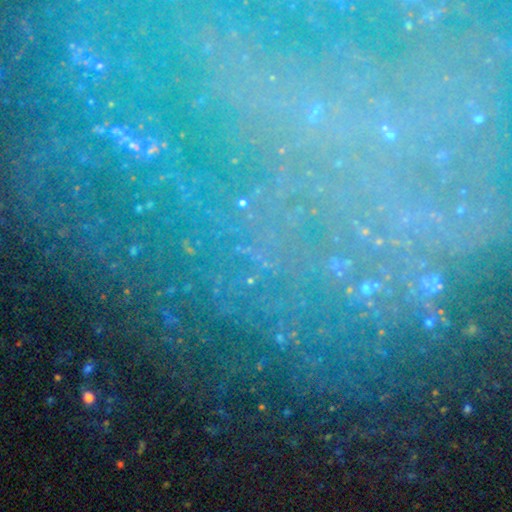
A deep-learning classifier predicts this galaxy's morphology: This is likely a star or artifact rather than a galaxy (69%).